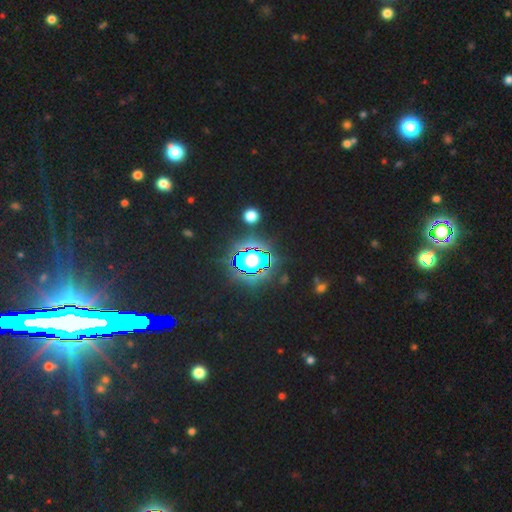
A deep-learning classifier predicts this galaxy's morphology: smooth_or_featured: star or artifact (p=0.83) [alt: smooth p=0.09]